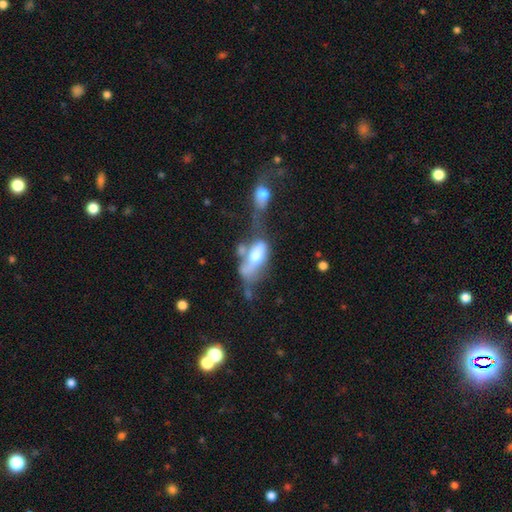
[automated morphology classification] Smooth or featured: smooth — 54% (featured or disk — 37%)
How rounded: in between — 85% (cigar-shaped — 11%)
Merging: merger — 49% (major disturbance — 25%)